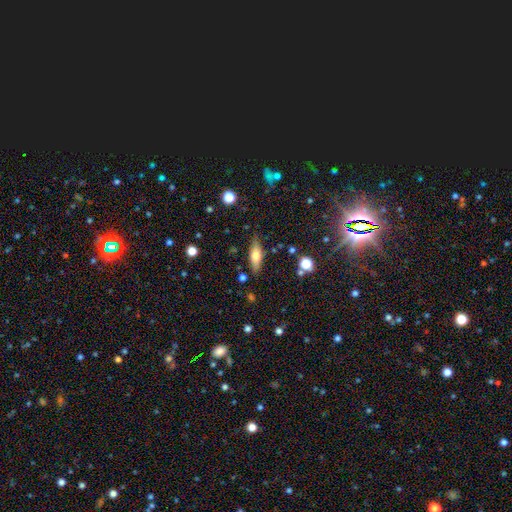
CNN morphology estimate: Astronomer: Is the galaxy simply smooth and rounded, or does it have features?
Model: smooth — 55% (runner-up: featured or disk, 37%).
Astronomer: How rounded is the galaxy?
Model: in between — 56% (runner-up: cigar-shaped, 41%).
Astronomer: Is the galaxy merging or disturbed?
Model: none — 80%.